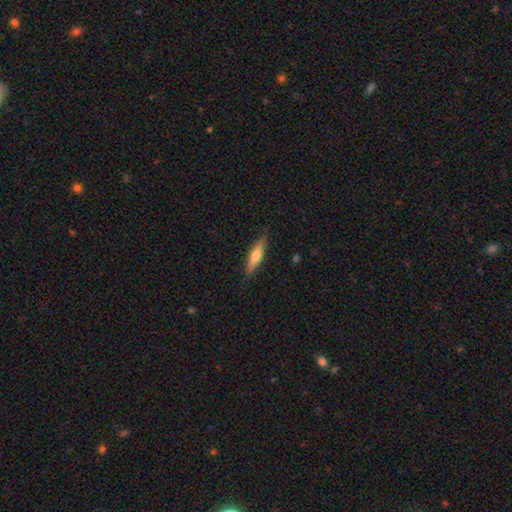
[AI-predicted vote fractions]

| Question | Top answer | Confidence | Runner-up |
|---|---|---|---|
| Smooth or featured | smooth | 52% | featured or disk (42%) |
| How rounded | cigar-shaped | 79% | in between (19%) |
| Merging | none | 87% | minor disturbance (10%) |